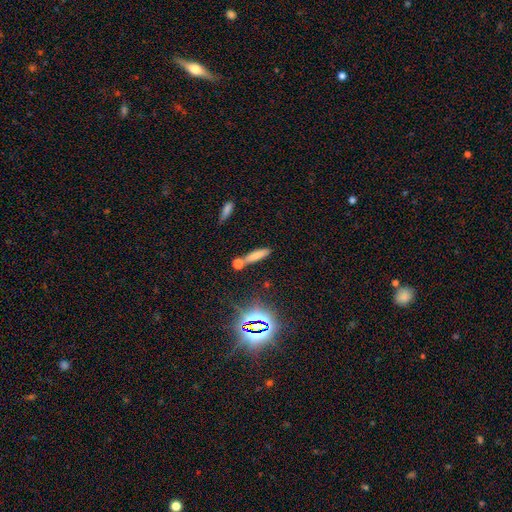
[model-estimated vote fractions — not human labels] Morphology: type=smooth (69%); roundness=cigar-shaped (76%); merging=none (65%).